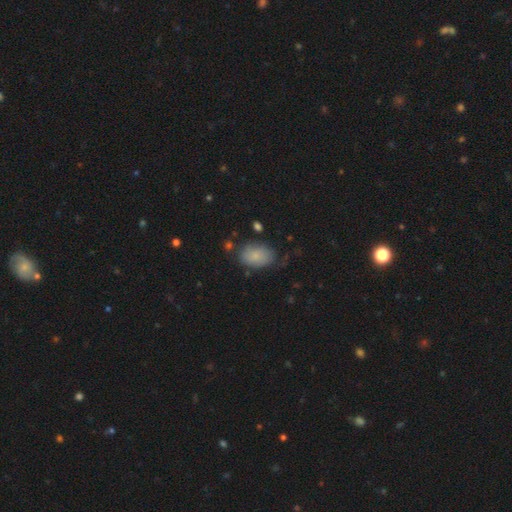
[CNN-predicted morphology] A smooth galaxy with no disk features (83%) that is in between round and cigar-shaped (88%). Merging: none (65%).